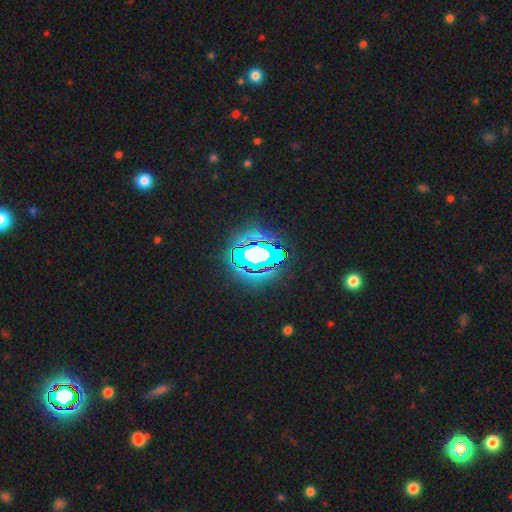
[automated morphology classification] A star or artifact, not a galaxy (60%).

Vote fractions:
- Smooth or featured? star or artifact: 60% / featured or disk: 20% / smooth: 20%